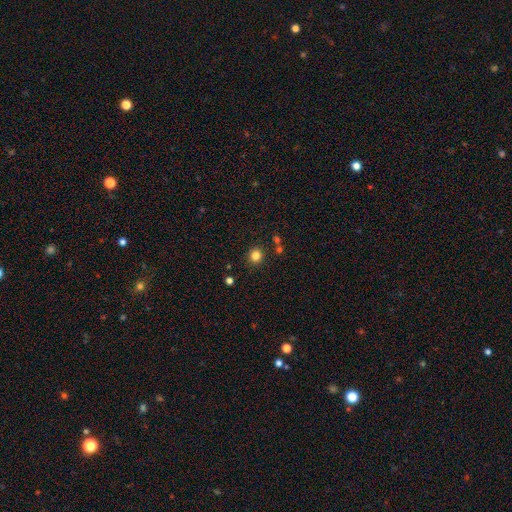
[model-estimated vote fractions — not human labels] This appears to be a smooth galaxy with no disk features (82%) that is round (90%). Merging: none (88%).